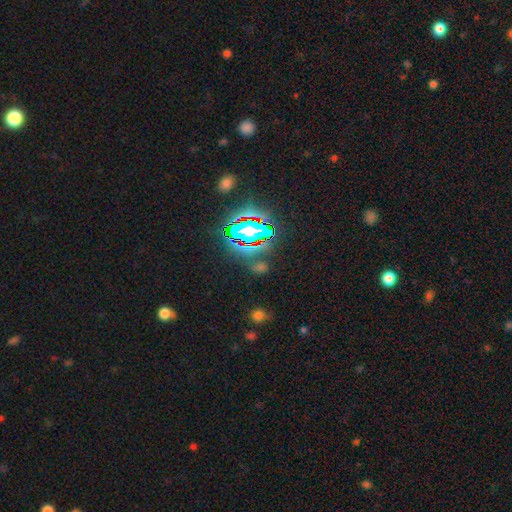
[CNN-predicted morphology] smooth-or-featured: star or artifact: 82% | smooth: 10% | featured or disk: 7%